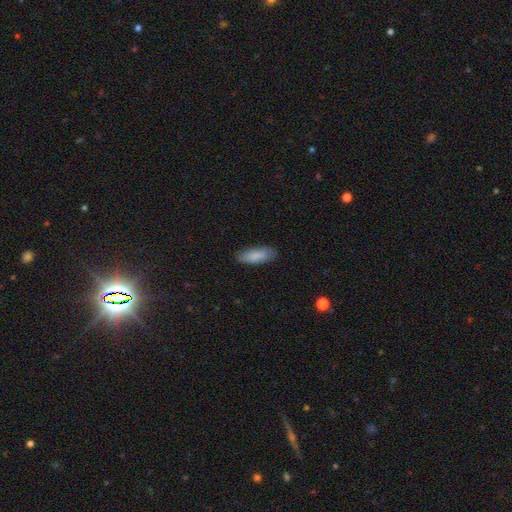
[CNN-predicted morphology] Smooth or featured: smooth — 86% (featured or disk — 8%)
How rounded: in between — 64% (cigar-shaped — 35%)
Merging: none — 84% (minor disturbance — 13%)